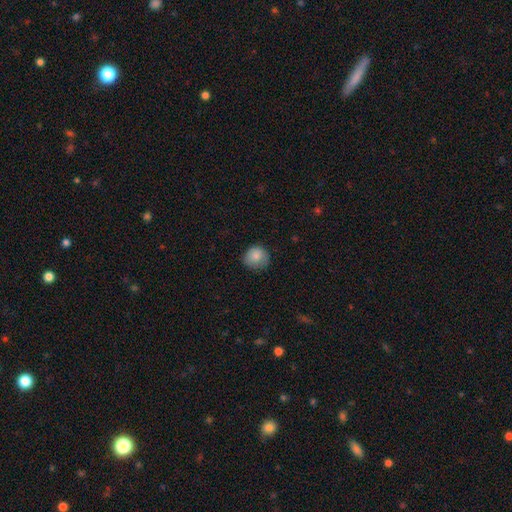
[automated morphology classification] Smooth or featured?
  - smooth: 85% *
  - star or artifact: 8%
  - featured or disk: 7%
How rounded?
  - round: 85% *
  - in between: 14%
  - cigar-shaped: 1%
Merging?
  - none: 73% *
  - minor disturbance: 21%
  - major disturbance: 4%
  - merger: 1%